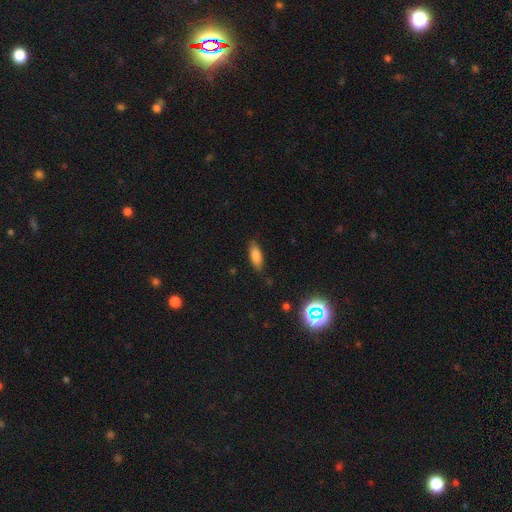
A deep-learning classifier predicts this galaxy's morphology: type=smooth (82%); roundness=in between (71%); merging=none (82%).